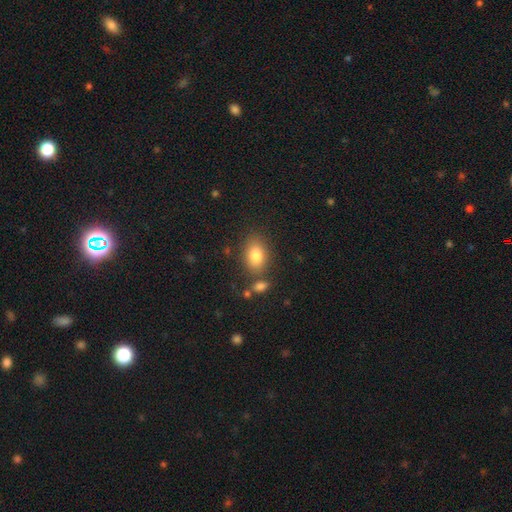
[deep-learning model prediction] A smooth galaxy with no disk features (81%) that is in between round and cigar-shaped (79%). Merging: none (75%).